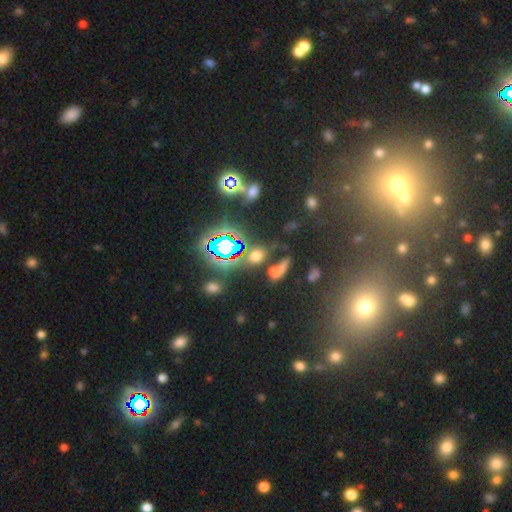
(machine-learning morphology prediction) Smooth or featured: star or artifact — 46% (smooth — 43%)